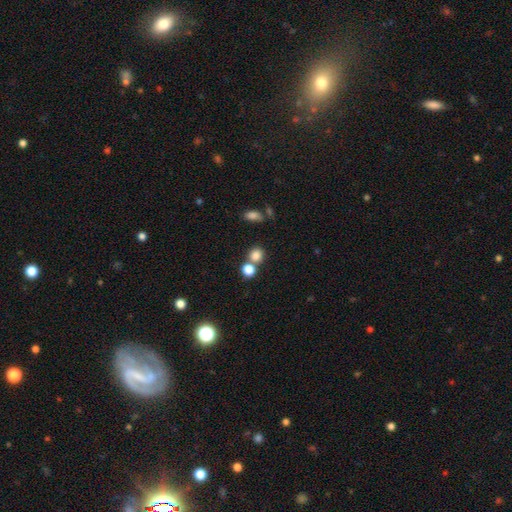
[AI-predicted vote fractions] Overall: smooth (81%). How rounded: round (84%). Merging: none (57%; merger 32%).